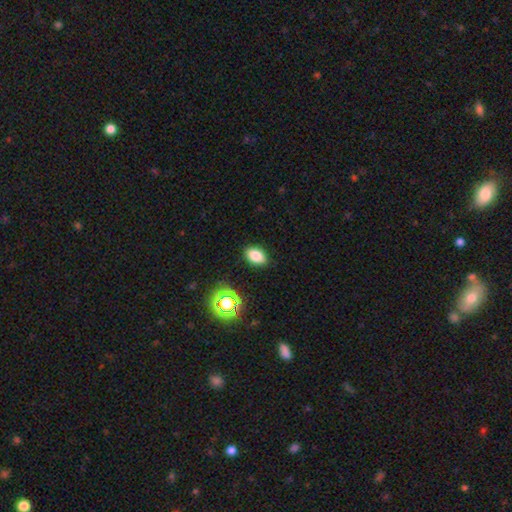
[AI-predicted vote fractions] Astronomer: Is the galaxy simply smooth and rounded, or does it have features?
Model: smooth — 79%.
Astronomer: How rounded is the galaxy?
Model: in between — 88%.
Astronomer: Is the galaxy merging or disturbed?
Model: none — 88%.